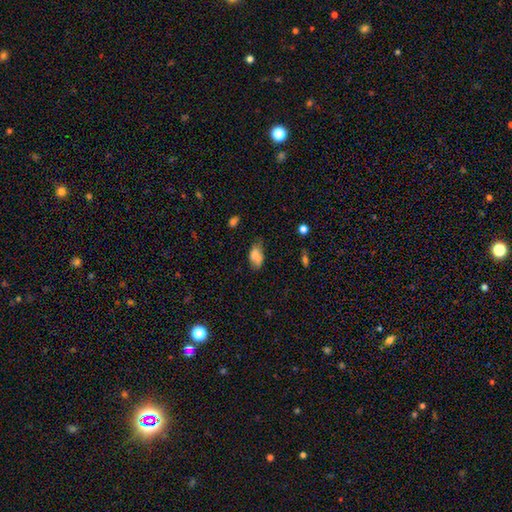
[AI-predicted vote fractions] Smooth or featured? Predicted: smooth (p=0.72). How rounded? Predicted: in between (p=0.89). Merging? Predicted: none (p=0.42).